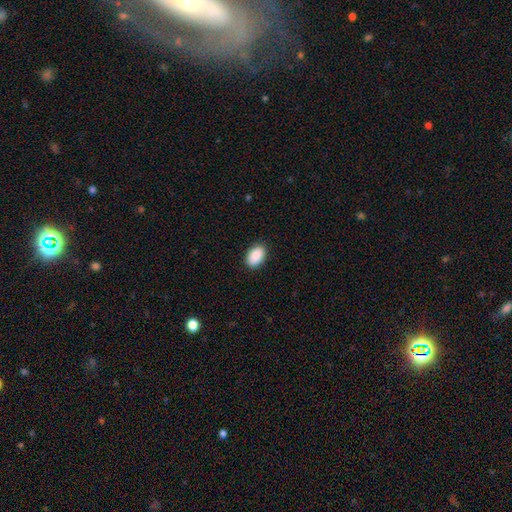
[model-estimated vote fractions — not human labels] Smooth or featured: smooth — 91% (star or artifact — 7%)
How rounded: in between — 91% (round — 8%)
Merging: none — 88% (minor disturbance — 9%)